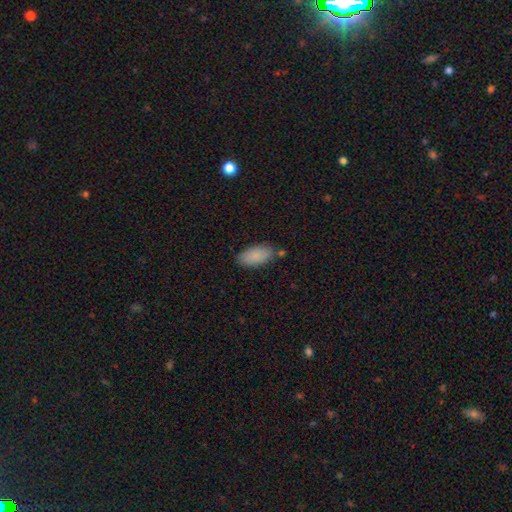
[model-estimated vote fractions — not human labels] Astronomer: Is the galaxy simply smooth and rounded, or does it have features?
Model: smooth — 87%.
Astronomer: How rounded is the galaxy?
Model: in between — 91%.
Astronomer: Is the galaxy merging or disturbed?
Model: none — 76%.